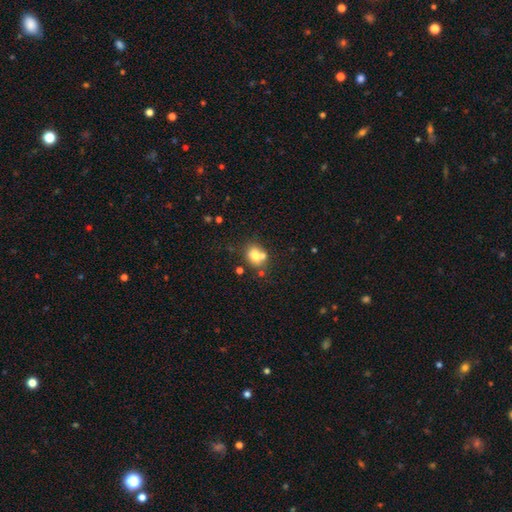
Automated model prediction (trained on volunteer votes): Q: Smooth or featured?
A: smooth (71%); runner-up: featured or disk (18%)
Q: How rounded?
A: round (60%); runner-up: in between (39%)
Q: Merging?
A: none (50%); runner-up: merger (33%)